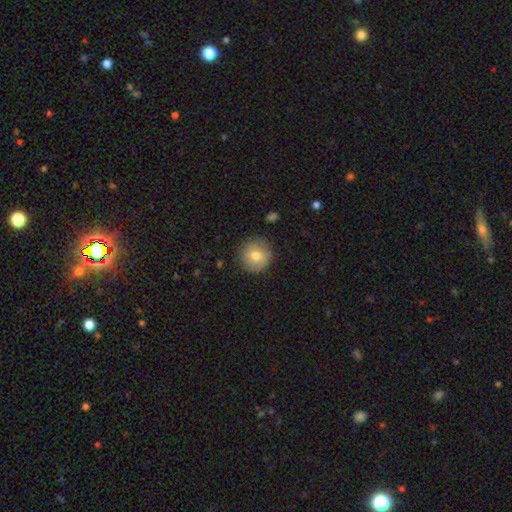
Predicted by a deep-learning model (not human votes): smooth 76%, featured or disk 16%, star or artifact 8%. Down the decision tree: how rounded — round (94%); merging — none (87%).